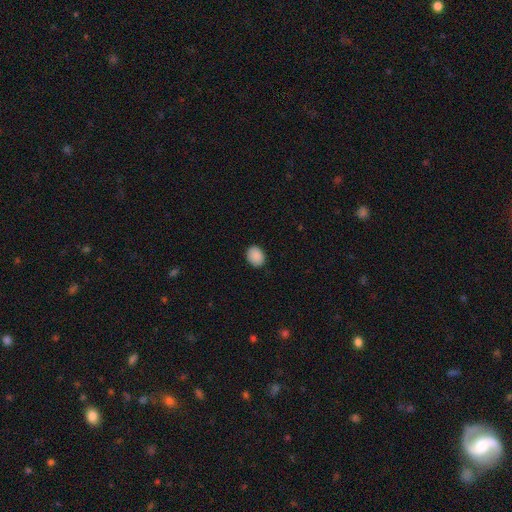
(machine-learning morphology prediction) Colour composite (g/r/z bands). It shows a smooth galaxy with no disk features (89%) that is in between round and cigar-shaped (53%). Merging: none (87%).